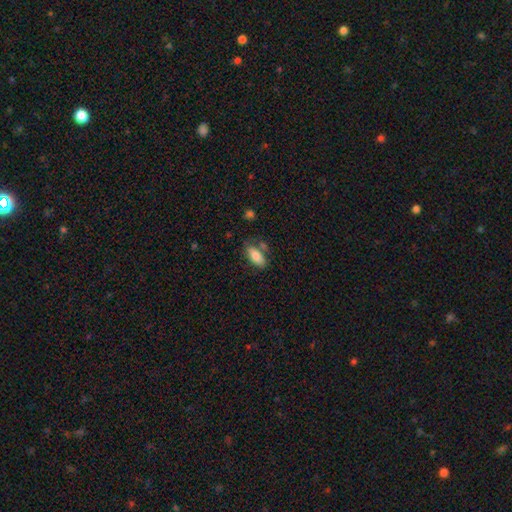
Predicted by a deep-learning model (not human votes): Smooth or featured: smooth — 79% (featured or disk — 15%)
How rounded: in between — 84% (cigar-shaped — 13%)
Merging: none — 64% (minor disturbance — 18%)